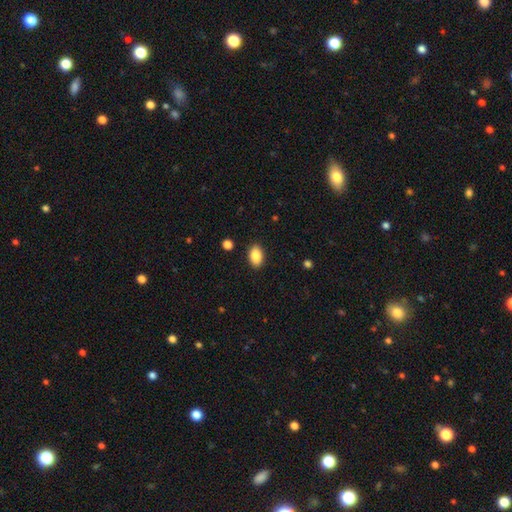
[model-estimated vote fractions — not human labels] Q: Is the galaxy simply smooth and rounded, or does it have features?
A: smooth — 87%.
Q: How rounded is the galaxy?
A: in between — 90%.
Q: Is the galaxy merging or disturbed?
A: none — 89%.